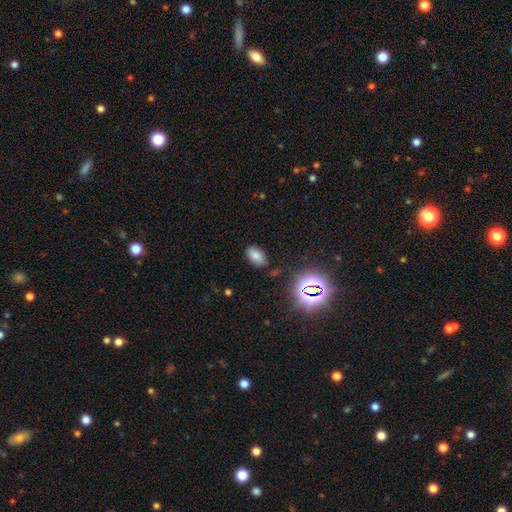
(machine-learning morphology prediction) Smooth or featured: smooth — 75% (star or artifact — 18%)
How rounded: in between — 92% (round — 6%)
Merging: none — 82% (minor disturbance — 12%)